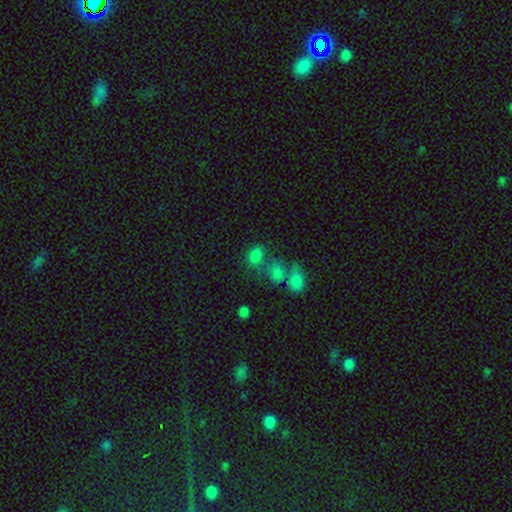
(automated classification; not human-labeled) A smooth galaxy with no disk features (73%) that is in between round and cigar-shaped (72%). Merging: merger (40%).